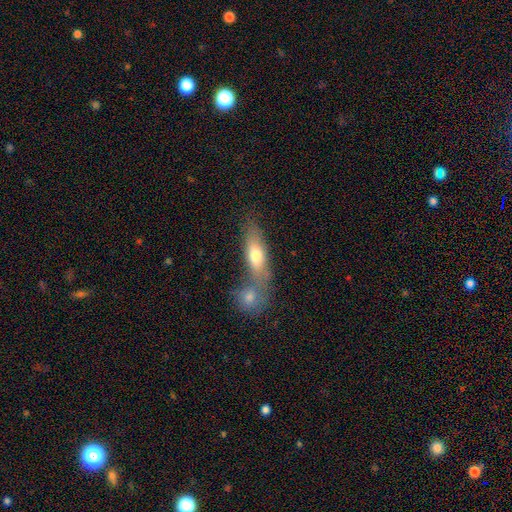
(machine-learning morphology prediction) smooth_or_featured: smooth (p=0.68) [alt: featured or disk p=0.25]
how_rounded: in between (p=0.57) [alt: cigar-shaped p=0.39]
merging: merger (p=0.43) [alt: none p=0.42]